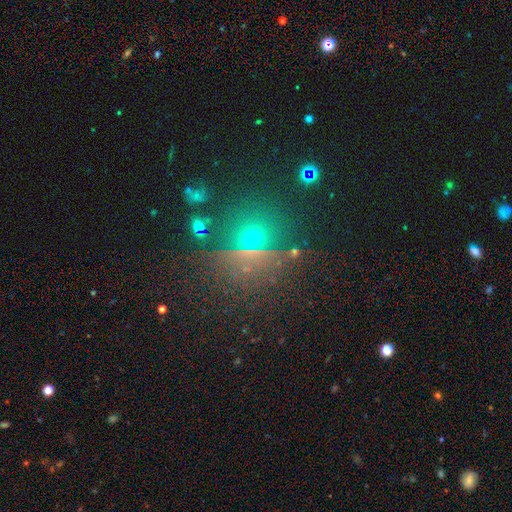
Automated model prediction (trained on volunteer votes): smooth-or-featured: star or artifact: 53% | smooth: 28% | featured or disk: 19%